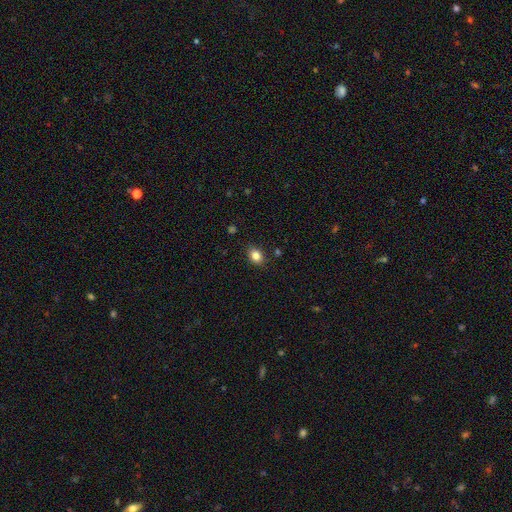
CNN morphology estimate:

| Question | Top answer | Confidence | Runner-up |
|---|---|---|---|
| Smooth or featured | smooth | 83% | star or artifact (10%) |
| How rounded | in between | 60% | round (38%) |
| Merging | none | 86% | minor disturbance (11%) |